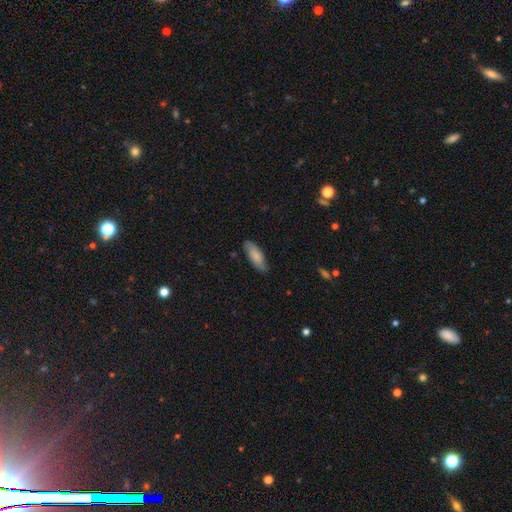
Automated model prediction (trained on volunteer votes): smooth_or_featured: smooth (p=0.60) [alt: featured or disk p=0.33]
how_rounded: in between (p=0.73) [alt: cigar-shaped p=0.25]
merging: none (p=0.79) [alt: minor disturbance p=0.16]